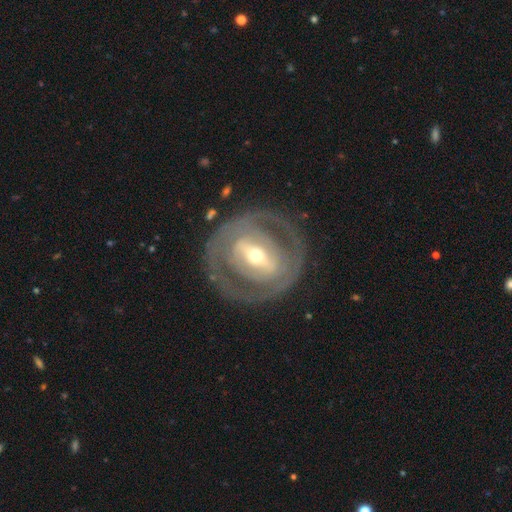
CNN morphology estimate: Smooth or featured? Predicted: featured or disk (p=0.77). Edge-on disk? Predicted: no (p=0.92). Bar? Predicted: strong (p=0.54). Spiral arms? Predicted: no (p=0.59). Bulge size? Predicted: moderate (p=0.47). Merging? Predicted: none (p=0.79).